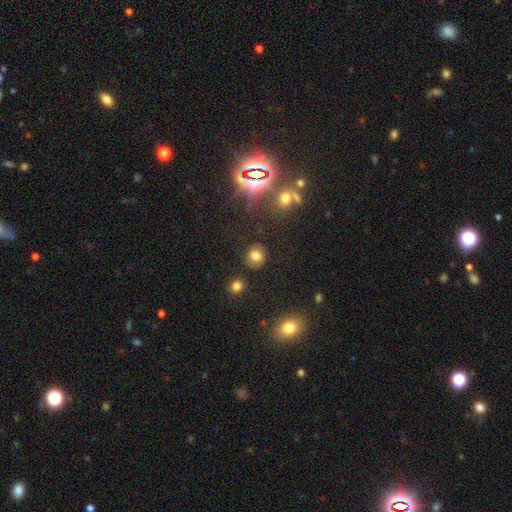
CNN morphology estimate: Smooth or featured: smooth — 77% (star or artifact — 15%)
How rounded: round — 84% (in between — 15%)
Merging: none — 86% (minor disturbance — 9%)